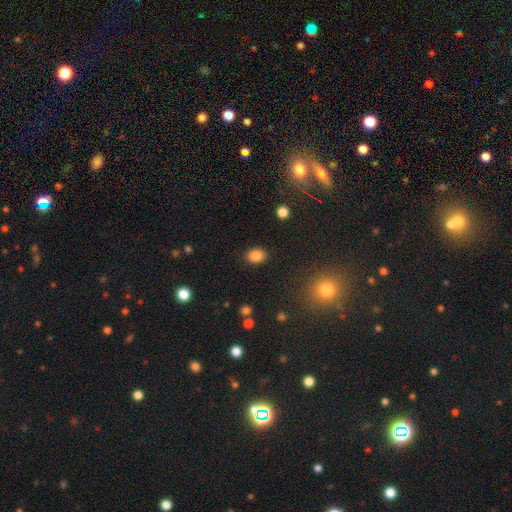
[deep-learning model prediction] This is clearly a smooth galaxy (85%). How rounded: likely in between (64%). Merging: clearly none (88%).